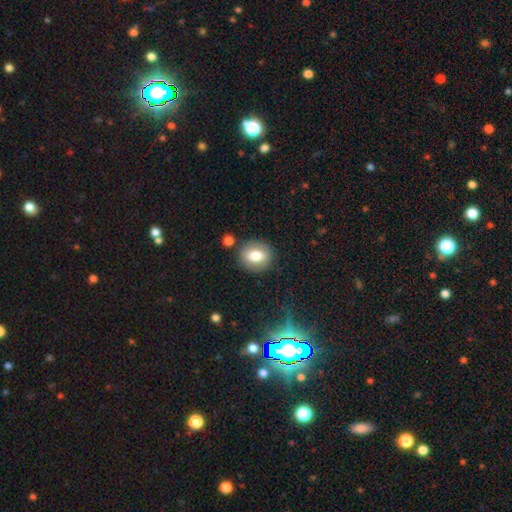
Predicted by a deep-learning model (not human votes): smooth-or-featured: smooth: 72% | featured or disk: 19% | star or artifact: 9%
  how-rounded: round: 63% | in between: 36% | cigar-shaped: 1%
  merging: none: 84% | minor disturbance: 9% | merger: 4% | major disturbance: 3%